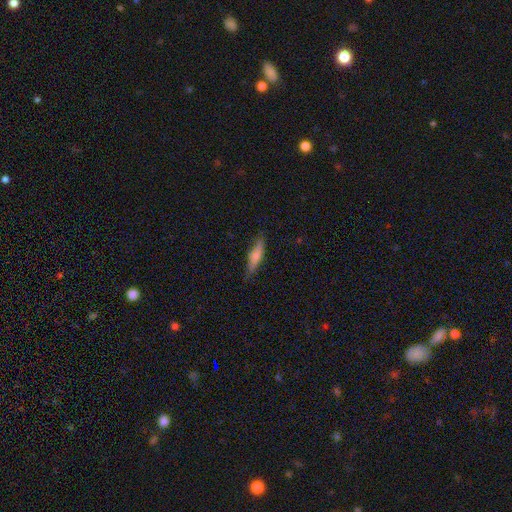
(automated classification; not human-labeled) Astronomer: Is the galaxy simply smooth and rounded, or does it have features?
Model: smooth — 69%.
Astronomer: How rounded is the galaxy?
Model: cigar-shaped — 70%.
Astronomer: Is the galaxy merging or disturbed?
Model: none — 75%.